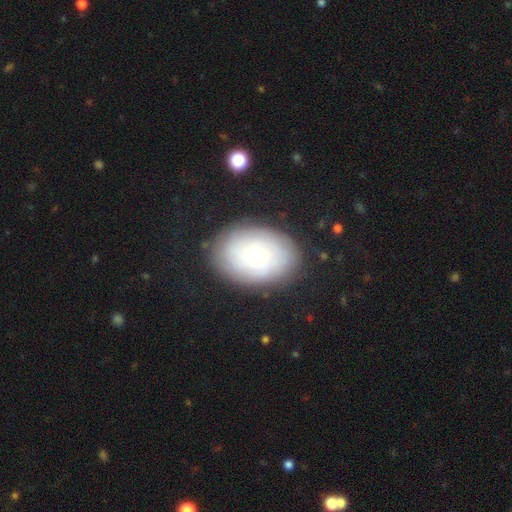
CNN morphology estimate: A smooth galaxy with no disk features (55%) that is in between round and cigar-shaped (81%).

Vote fractions:
- Smooth or featured? smooth: 55% / featured or disk: 36% / star or artifact: 9%
- How rounded? in between: 81% / round: 18% / cigar-shaped: 1%
- Merging? none: 82% / minor disturbance: 12% / major disturbance: 4% / merger: 1%